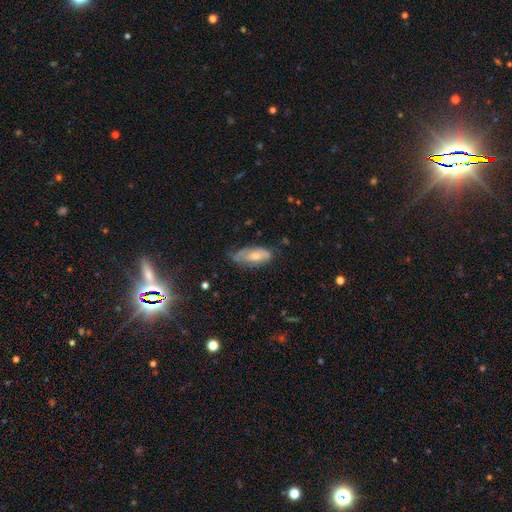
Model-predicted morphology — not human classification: Smooth or featured?
  - smooth: 56% *
  - featured or disk: 37%
  - star or artifact: 7%
How rounded?
  - in between: 85% *
  - cigar-shaped: 12%
  - round: 3%
Merging?
  - none: 41% *
  - minor disturbance: 39%
  - major disturbance: 18%
  - merger: 2%